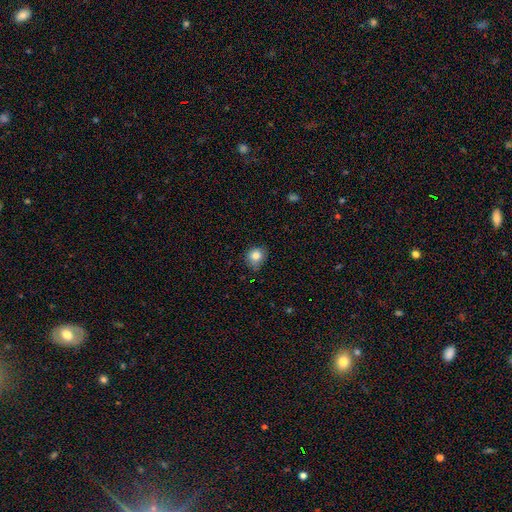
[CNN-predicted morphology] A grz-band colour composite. It shows a smooth galaxy with no disk features (83%) that is round (74%). Merging: none (73%).